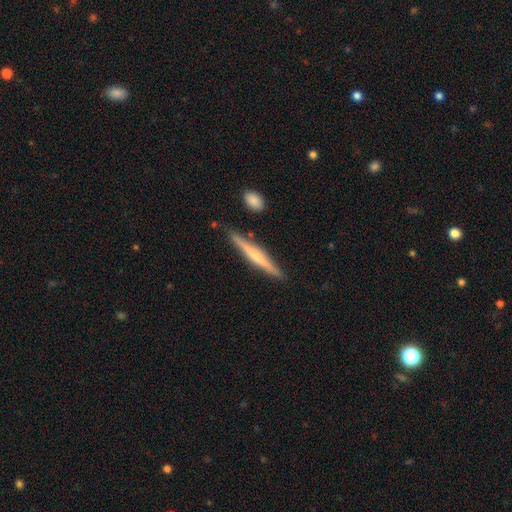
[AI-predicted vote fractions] A featured or disk galaxy (59%) viewed edge-on (97%) with a rounded central bulge (61%). Merging: none (86%).